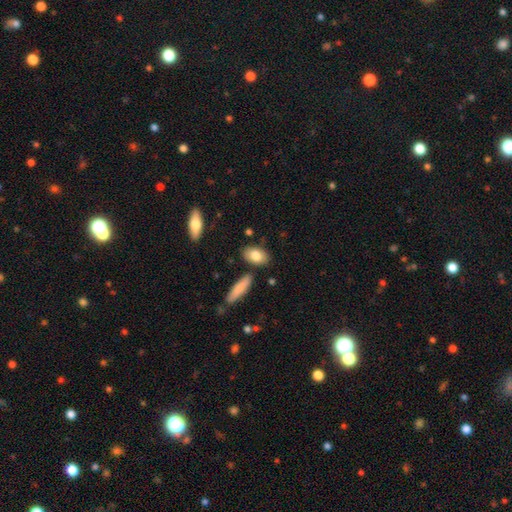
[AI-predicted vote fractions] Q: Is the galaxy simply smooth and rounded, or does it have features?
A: smooth — 80%.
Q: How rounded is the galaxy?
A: in between — 88%.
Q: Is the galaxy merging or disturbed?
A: none — 78%.